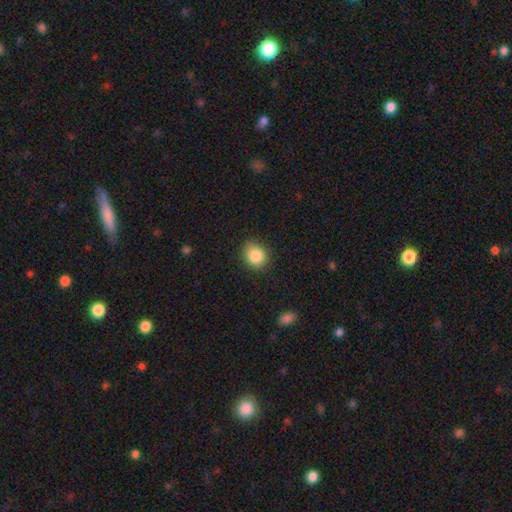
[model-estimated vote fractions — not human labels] This is clearly a smooth galaxy (85%). How rounded: likely round (70%). Merging: clearly none (84%).